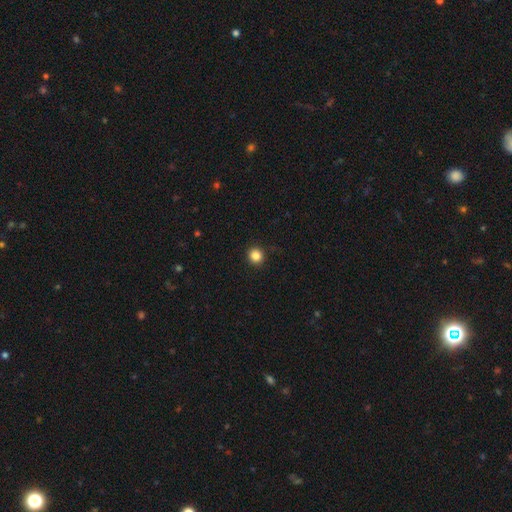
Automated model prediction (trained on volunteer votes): A smooth galaxy with no disk features (85%) that is round (93%).

Vote fractions:
- Smooth or featured? smooth: 85% / star or artifact: 11% / featured or disk: 3%
- How rounded? round: 93% / in between: 6% / cigar-shaped: 1%
- Merging? none: 93% / minor disturbance: 5% / major disturbance: 2% / merger: 1%